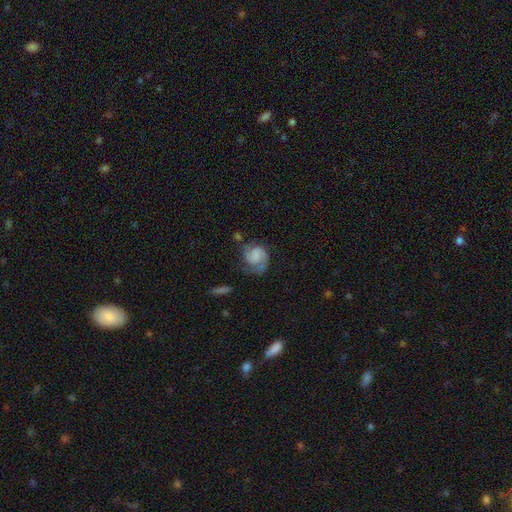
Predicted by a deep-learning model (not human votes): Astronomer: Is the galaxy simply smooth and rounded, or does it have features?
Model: featured or disk — 82%.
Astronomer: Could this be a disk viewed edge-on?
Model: no — 98%.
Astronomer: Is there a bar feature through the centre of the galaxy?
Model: no — 50% (runner-up: weak, 38%).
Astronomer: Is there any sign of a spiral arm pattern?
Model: yes — 97%.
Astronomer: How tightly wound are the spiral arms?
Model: medium — 50% (runner-up: tight, 34%).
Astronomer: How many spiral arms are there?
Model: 2 — 87%.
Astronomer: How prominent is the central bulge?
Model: none — 59%.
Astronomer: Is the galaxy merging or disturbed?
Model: none — 67%.